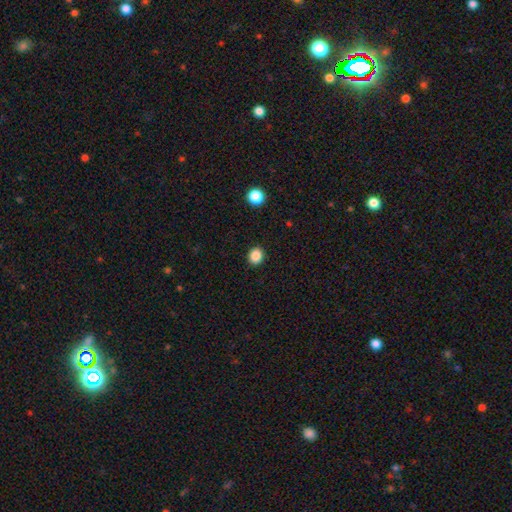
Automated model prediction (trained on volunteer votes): This appears to be a smooth galaxy with no disk features (87%) that is round (70%). Merging: none (91%).